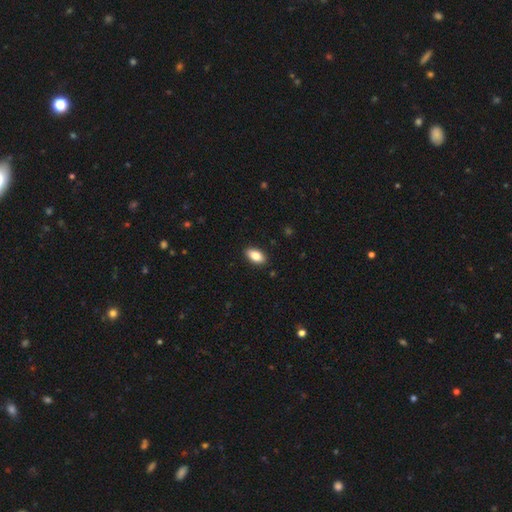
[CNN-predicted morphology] Smooth or featured: smooth — 84% (featured or disk — 9%)
How rounded: in between — 92% (cigar-shaped — 5%)
Merging: none — 90% (minor disturbance — 8%)